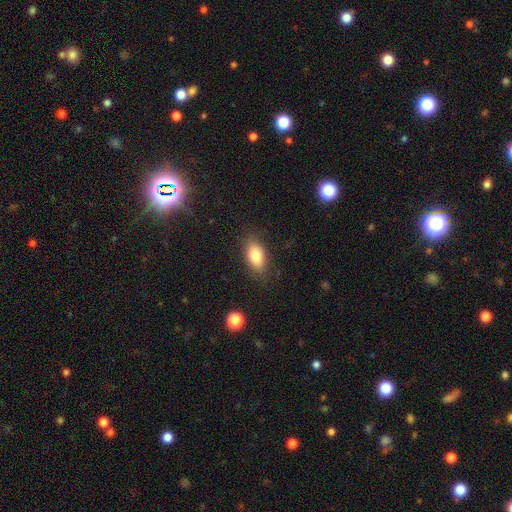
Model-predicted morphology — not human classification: A smooth galaxy with no disk features (81%) that is in between round and cigar-shaped (88%). Merging: none (84%).